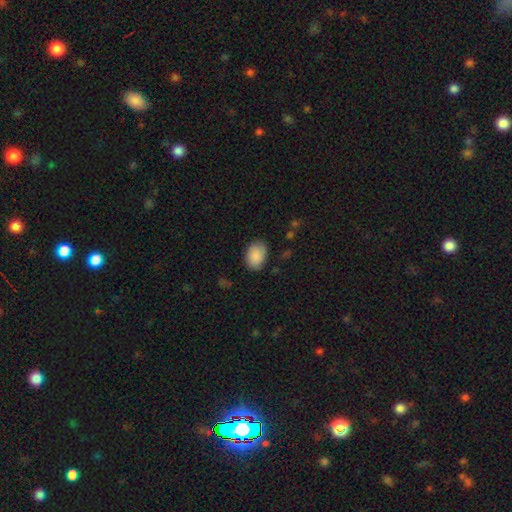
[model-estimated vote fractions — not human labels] Q: Smooth or featured?
A: smooth (89%); runner-up: star or artifact (6%)
Q: How rounded?
A: in between (78%); runner-up: round (21%)
Q: Merging?
A: none (82%); runner-up: minor disturbance (14%)